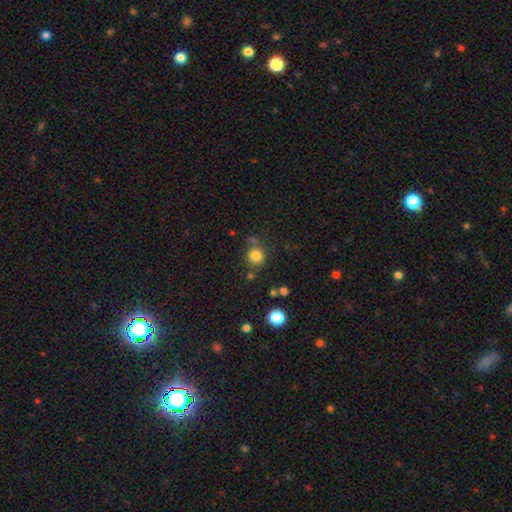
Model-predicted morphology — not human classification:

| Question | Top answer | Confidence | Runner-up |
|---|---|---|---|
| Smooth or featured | smooth | 82% | star or artifact (13%) |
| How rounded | round | 89% | in between (10%) |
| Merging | none | 74% | minor disturbance (12%) |